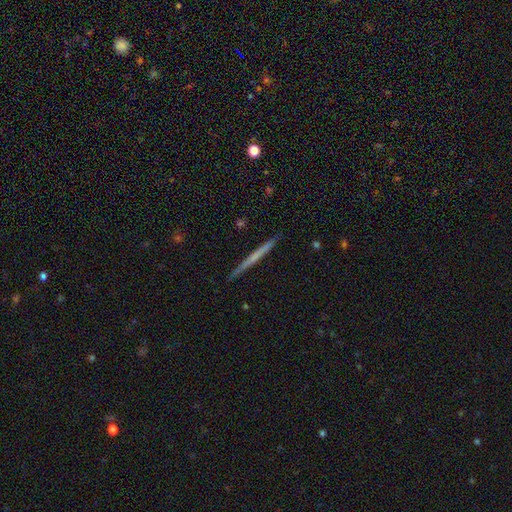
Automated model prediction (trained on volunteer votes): Q: Smooth or featured?
A: featured or disk (49%); runner-up: smooth (46%)
Q: Merging?
A: none (91%); runner-up: minor disturbance (6%)